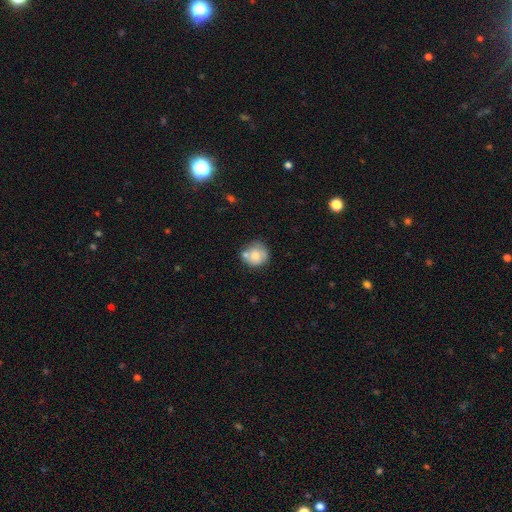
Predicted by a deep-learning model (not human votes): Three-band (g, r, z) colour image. It shows a smooth galaxy with no disk features (69%) that is round (83%). Merging: none (51%).